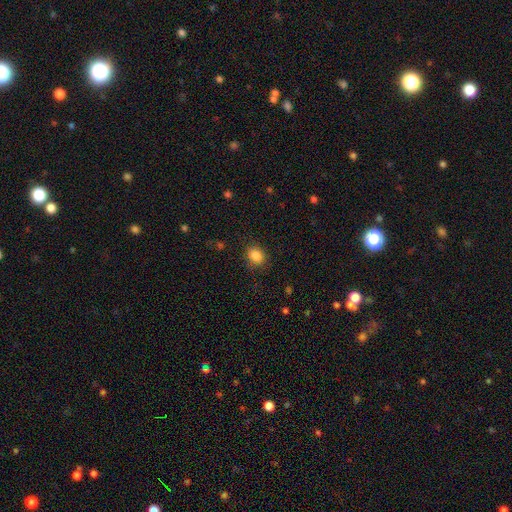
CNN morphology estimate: A smooth galaxy with no disk features (85%) that is round (59%). Merging: none (83%).